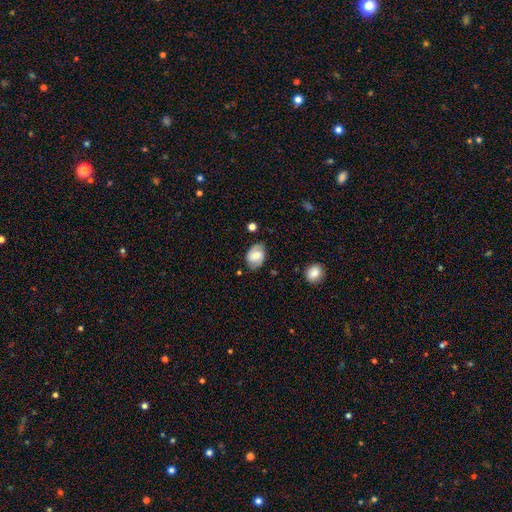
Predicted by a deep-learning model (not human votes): smooth 54%, featured or disk 37%, star or artifact 8%. Down the decision tree: how rounded — in between (68%); merging — none (73%).